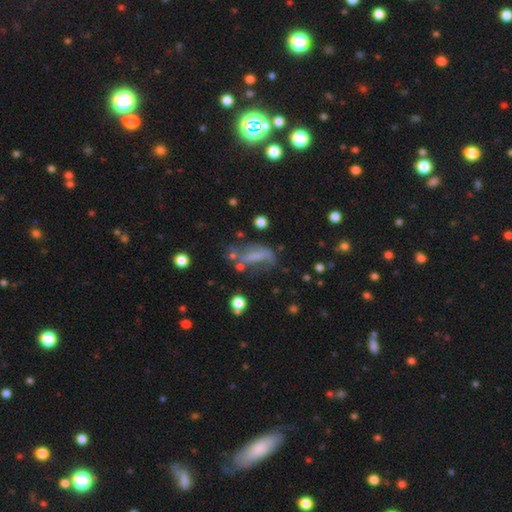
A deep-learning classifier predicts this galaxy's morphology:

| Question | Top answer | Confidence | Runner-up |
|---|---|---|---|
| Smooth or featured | featured or disk | 43% | smooth (41%) |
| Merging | none | 38% | major disturbance (27%) |